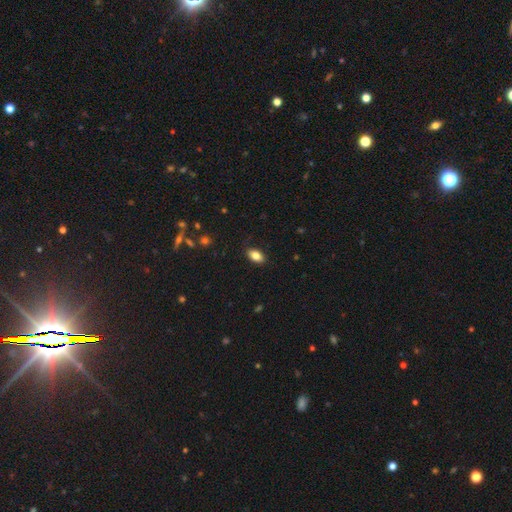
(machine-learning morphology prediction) A smooth galaxy with no disk features (84%) that is in between round and cigar-shaped (90%).

Vote fractions:
- Smooth or featured? smooth: 84% / star or artifact: 9% / featured or disk: 8%
- How rounded? in between: 90% / round: 7% / cigar-shaped: 3%
- Merging? none: 86% / minor disturbance: 10% / major disturbance: 2% / merger: 1%